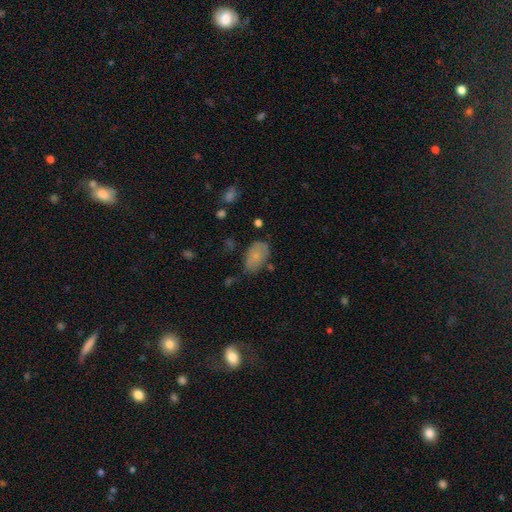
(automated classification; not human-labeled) smooth_or_featured: smooth (p=0.76) [alt: featured or disk p=0.16]
how_rounded: in between (p=0.92) [alt: round p=0.06]
merging: none (p=0.55) [alt: minor disturbance p=0.32]